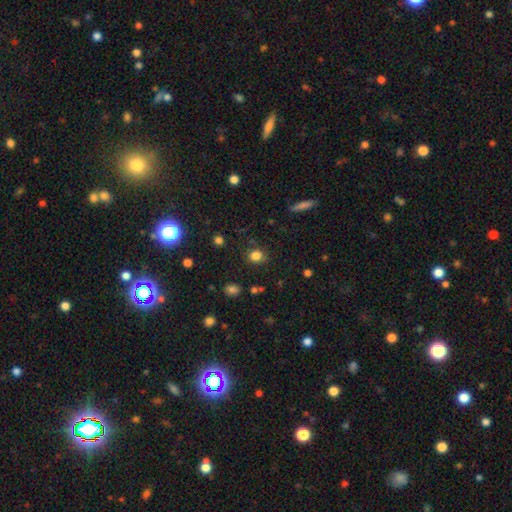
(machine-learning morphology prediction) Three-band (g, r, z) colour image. It shows a smooth galaxy with no disk features (80%) that is round (73%). Merging: none (81%).